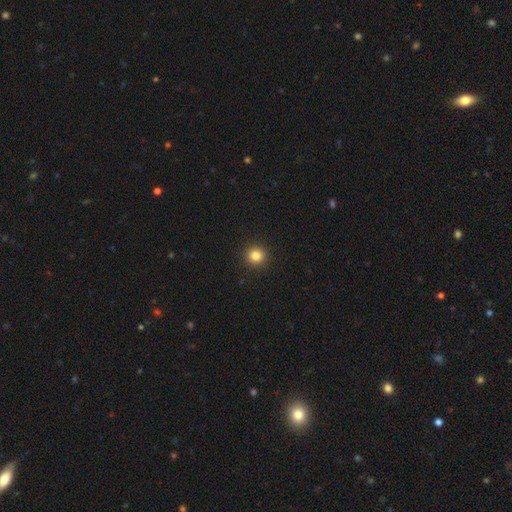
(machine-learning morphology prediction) smooth-or-featured: smooth: 83% | star or artifact: 12% | featured or disk: 5%
  how-rounded: round: 94% | in between: 6% | cigar-shaped: 1%
  merging: none: 93% | minor disturbance: 5% | major disturbance: 2% | merger: 1%